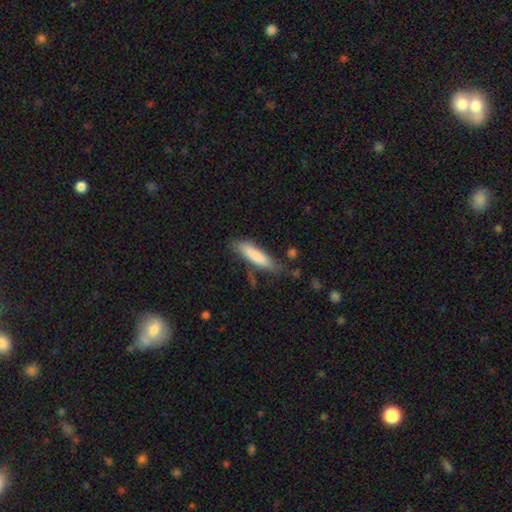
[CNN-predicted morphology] Smooth or featured? Predicted: smooth (p=0.80). How rounded? Predicted: cigar-shaped (p=0.76). Merging? Predicted: none (p=0.66).